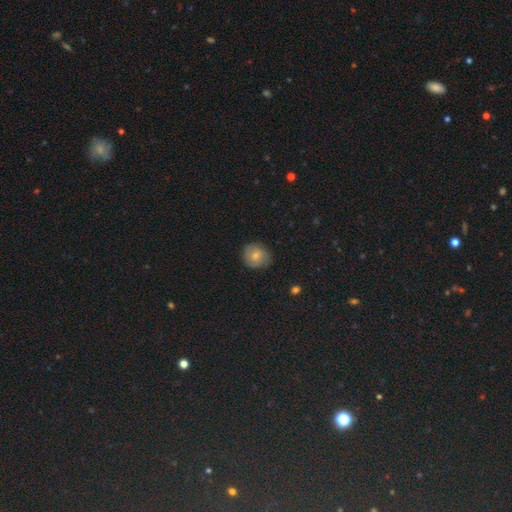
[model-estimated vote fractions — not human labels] Q: Smooth or featured?
A: smooth (59%); runner-up: featured or disk (31%)
Q: How rounded?
A: round (81%); runner-up: in between (18%)
Q: Merging?
A: none (77%); runner-up: minor disturbance (18%)